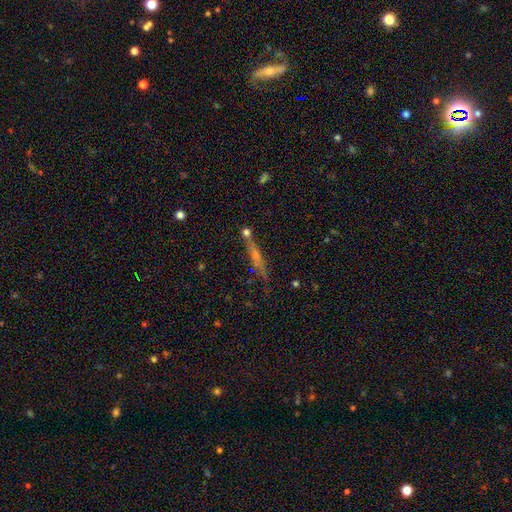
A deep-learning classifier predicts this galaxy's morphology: Overall: featured or disk (57%; smooth 30%). Edge-on disk: yes (88%). Merging: none (70%).